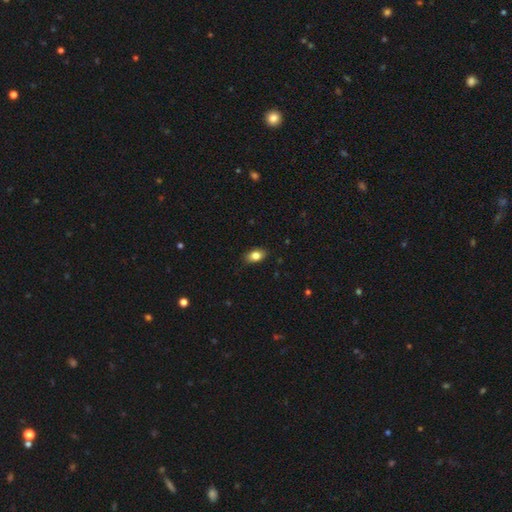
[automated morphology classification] The model was most divided on "merging": none: 85%, minor disturbance: 12%, major disturbance: 2%, merger: 1%. More confident: how rounded — in between (86%); smooth or featured — smooth (83%).